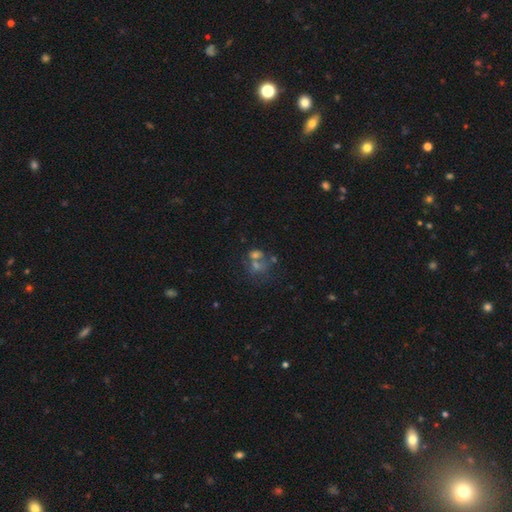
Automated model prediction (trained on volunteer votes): The model was most divided on "merging": merger: 44%, none: 34%, major disturbance: 11%, minor disturbance: 10%. Remaining: smooth or featured — smooth (44%).